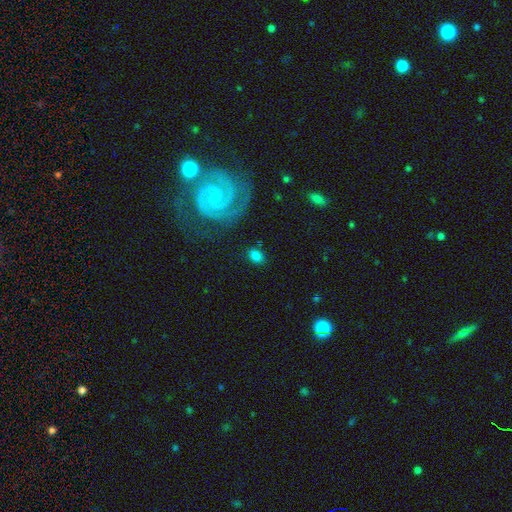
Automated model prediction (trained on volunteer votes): Smooth or featured? smooth (68%)
How rounded? in between (72%)
Merging? none (79%)